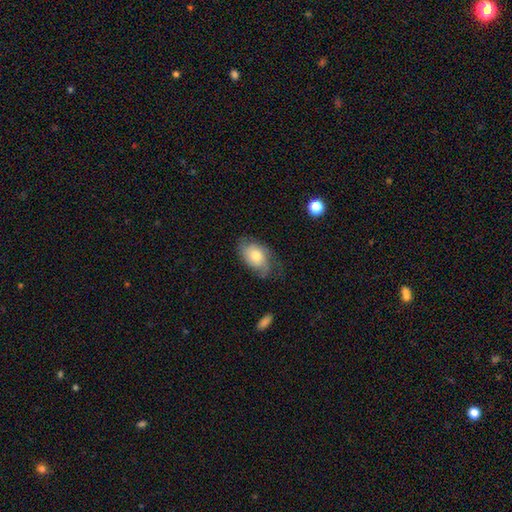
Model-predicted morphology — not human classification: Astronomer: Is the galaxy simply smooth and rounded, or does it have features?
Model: smooth — 53% (runner-up: featured or disk, 40%).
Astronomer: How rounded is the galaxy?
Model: in between — 89%.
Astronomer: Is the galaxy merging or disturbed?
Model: none — 56%.